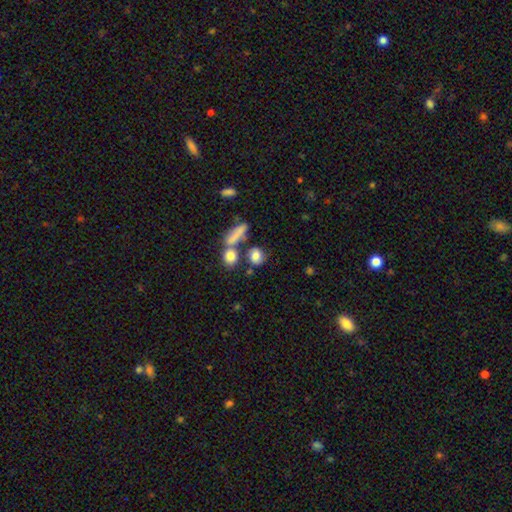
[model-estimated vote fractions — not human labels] Smooth or featured?
  - smooth: 78% *
  - featured or disk: 12%
  - star or artifact: 10%
How rounded?
  - round: 56% *
  - in between: 39%
  - cigar-shaped: 6%
Merging?
  - none: 55% *
  - merger: 25%
  - minor disturbance: 13%
  - major disturbance: 7%